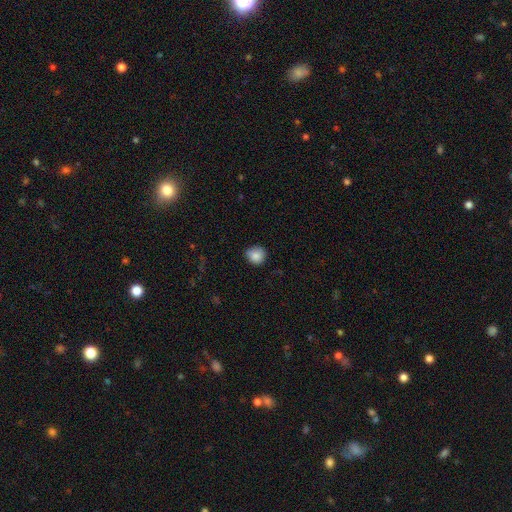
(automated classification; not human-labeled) smooth 86%, star or artifact 9%, featured or disk 5%. Down the decision tree: how rounded — round (86%); merging — none (77%).